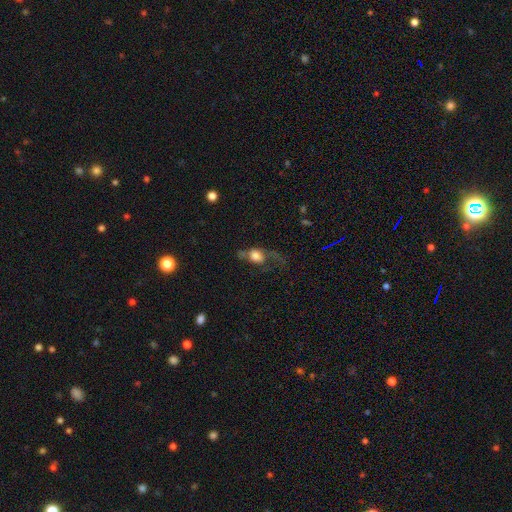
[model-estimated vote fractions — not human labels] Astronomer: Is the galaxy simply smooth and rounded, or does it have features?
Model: smooth — 60%.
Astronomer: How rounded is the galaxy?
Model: round — 50% (runner-up: in between, 47%).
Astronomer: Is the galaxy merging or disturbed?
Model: major disturbance — 49% (runner-up: none, 26%).